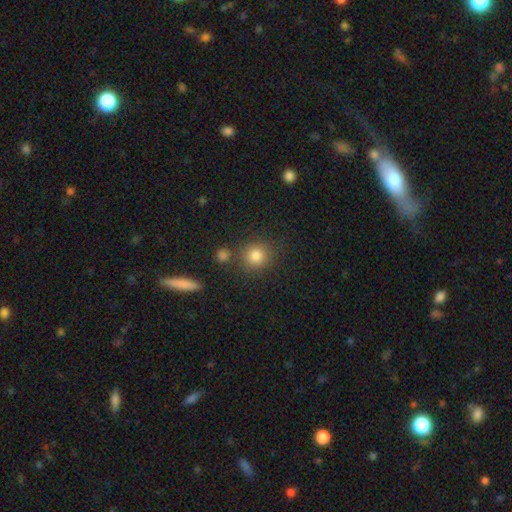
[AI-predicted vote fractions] Q: Smooth or featured?
A: smooth (82%); runner-up: star or artifact (12%)
Q: How rounded?
A: round (89%); runner-up: in between (10%)
Q: Merging?
A: none (78%); runner-up: minor disturbance (10%)